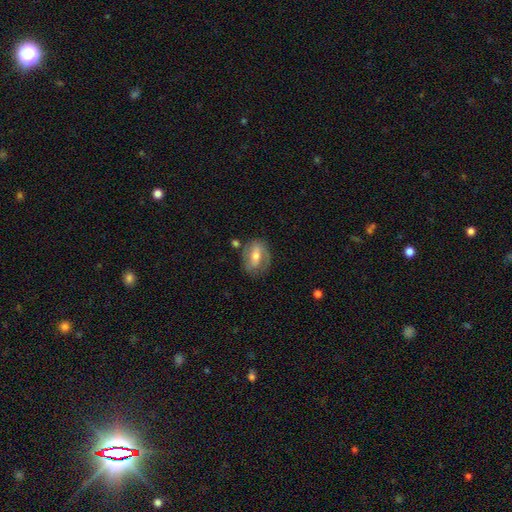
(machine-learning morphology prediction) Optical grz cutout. It shows a featured or disk galaxy (56%) with a strong bar (41%), spiral arms (64%) and a moderate central bulge (64%). Merging: none (67%).